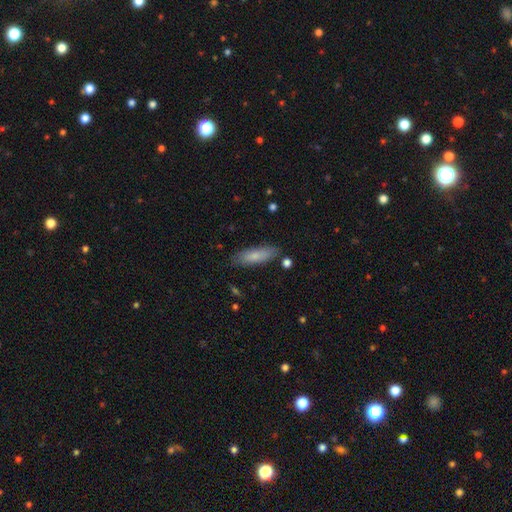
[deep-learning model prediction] A smooth galaxy with no disk features (77%) that is cigar-shaped (50%).

Vote fractions:
- Smooth or featured? smooth: 77% / featured or disk: 16% / star or artifact: 6%
- How rounded? cigar-shaped: 50% / in between: 48% / round: 2%
- Merging? none: 82% / minor disturbance: 13% / major disturbance: 3% / merger: 2%